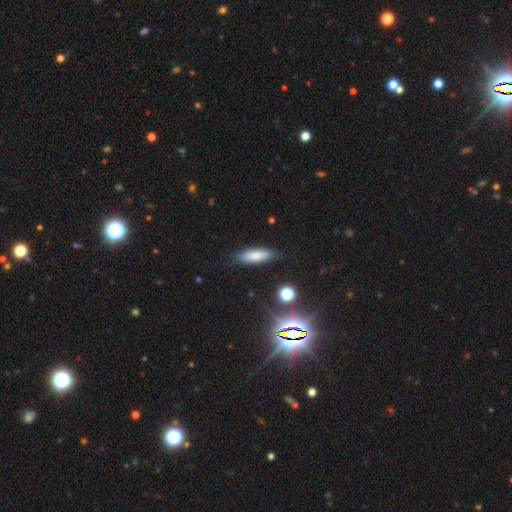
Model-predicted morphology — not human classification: Smooth or featured: smooth — 78% (featured or disk — 13%)
How rounded: in between — 50% (cigar-shaped — 48%)
Merging: none — 82% (minor disturbance — 13%)